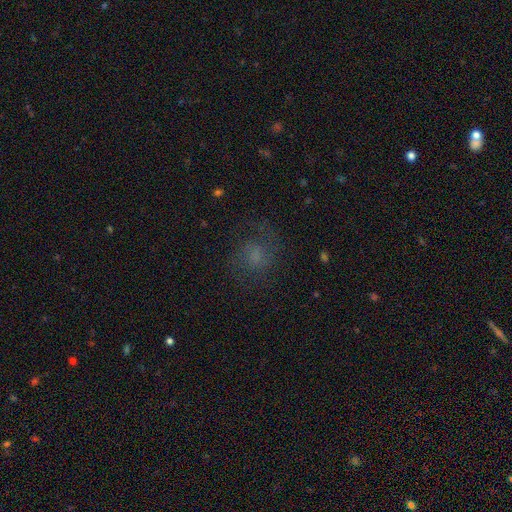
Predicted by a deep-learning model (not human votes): The model was most divided on "smooth or featured": smooth: 45%, featured or disk: 34%, star or artifact: 22%. More confident: merging — none (65%).